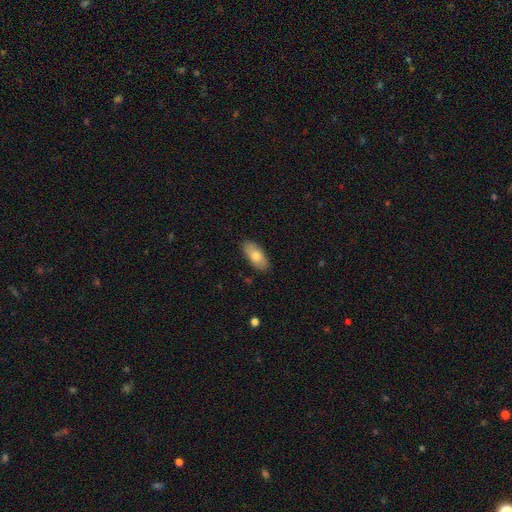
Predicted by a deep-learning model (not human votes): Smooth or featured: smooth — 76% (featured or disk — 18%)
How rounded: in between — 90% (cigar-shaped — 7%)
Merging: none — 88% (minor disturbance — 9%)